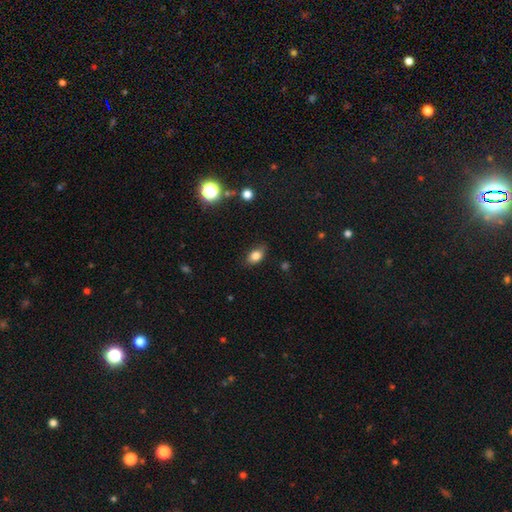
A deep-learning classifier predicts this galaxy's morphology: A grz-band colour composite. It shows a smooth galaxy with no disk features (82%) that is in between round and cigar-shaped (83%). Merging: none (81%).